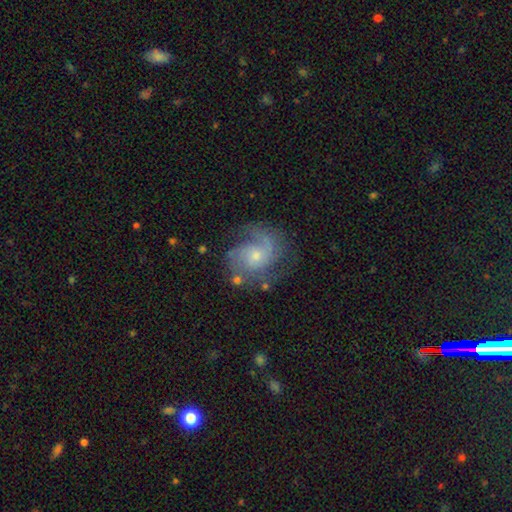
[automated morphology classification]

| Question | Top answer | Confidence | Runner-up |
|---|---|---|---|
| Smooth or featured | featured or disk | 83% | smooth (11%) |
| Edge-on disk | no | 98% | yes (2%) |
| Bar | no | 72% | weak (25%) |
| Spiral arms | yes | 95% | no (5%) |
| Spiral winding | medium | 46% | tight (31%) |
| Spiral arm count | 2 | 48% | 1 (18%) |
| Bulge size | small | 65% | moderate (29%) |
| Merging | none | 66% | minor disturbance (18%) |